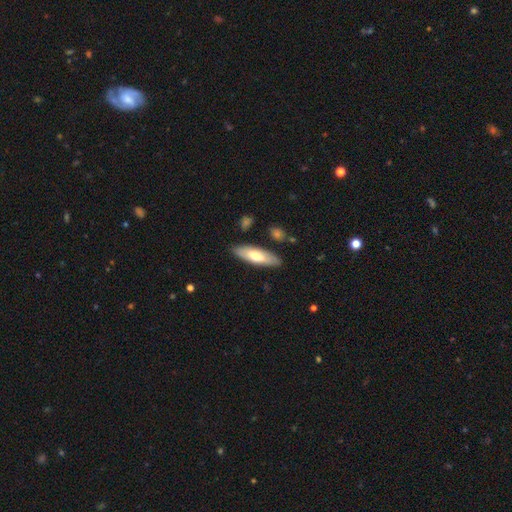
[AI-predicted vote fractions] Smooth or featured? Predicted: smooth (p=0.65). How rounded? Predicted: cigar-shaped (p=0.52). Merging? Predicted: none (p=0.85).